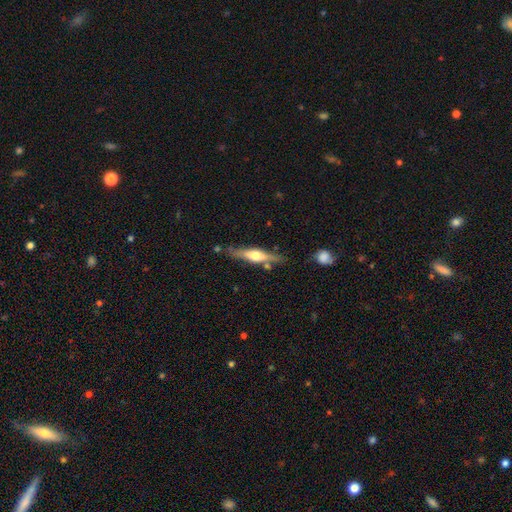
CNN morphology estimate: smooth_or_featured: featured or disk (p=0.62) [alt: smooth p=0.32]
disk_edge_on: yes (p=0.94) [alt: no p=0.06]
edge_on_bulge: rounded (p=0.89) [alt: boxy p=0.07]
merging: none (p=0.78) [alt: minor disturbance p=0.14]